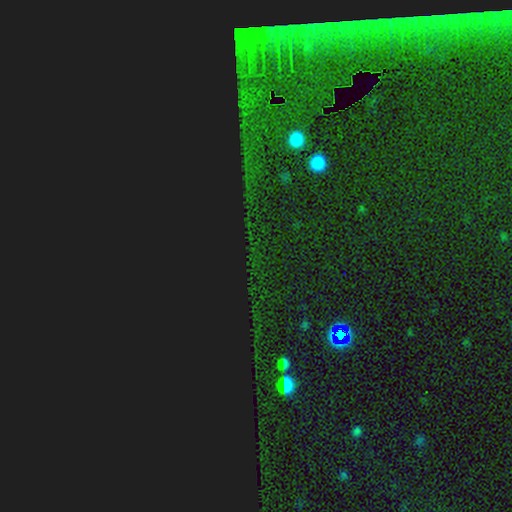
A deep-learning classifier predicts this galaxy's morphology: Overall: star or artifact (83%).